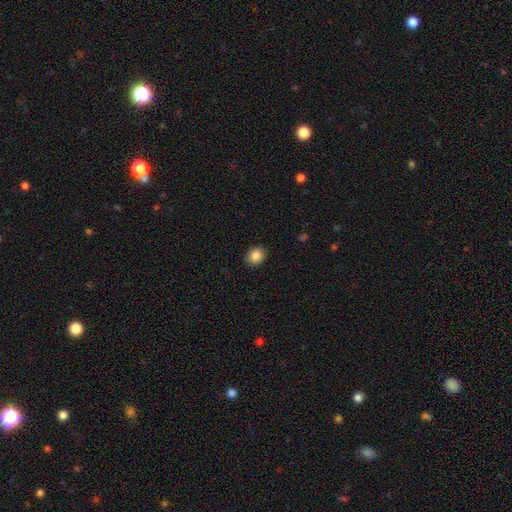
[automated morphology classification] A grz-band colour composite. It shows a smooth galaxy with no disk features (86%) that is round (61%). Merging: none (90%).